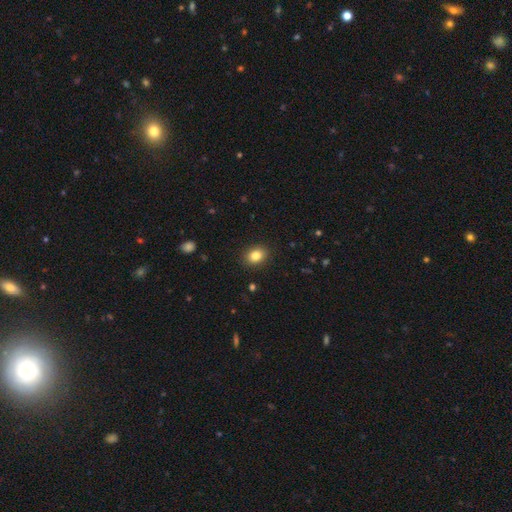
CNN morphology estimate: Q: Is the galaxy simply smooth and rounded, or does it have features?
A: smooth — 84%.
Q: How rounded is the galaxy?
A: in between — 53%.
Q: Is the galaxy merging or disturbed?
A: none — 89%.